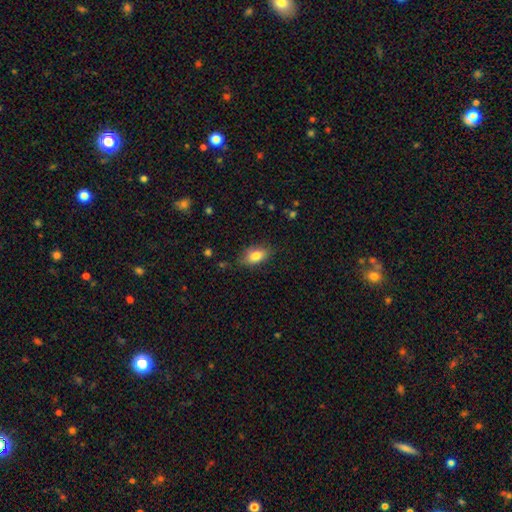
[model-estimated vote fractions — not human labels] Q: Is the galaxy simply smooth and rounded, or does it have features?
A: smooth — 80%.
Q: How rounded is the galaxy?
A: in between — 87%.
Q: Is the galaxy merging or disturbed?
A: none — 78%.